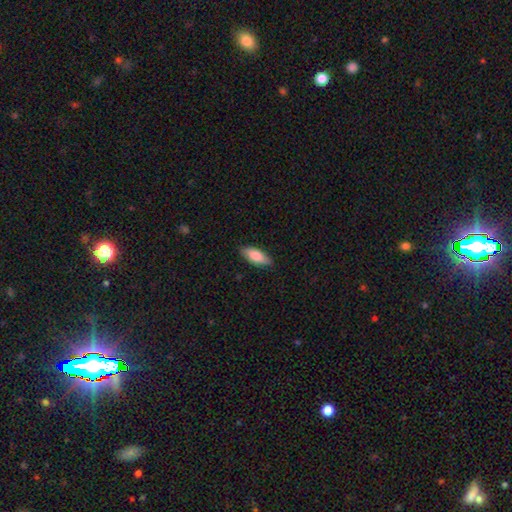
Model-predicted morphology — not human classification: The model was most divided on "how rounded": in between: 73%, cigar-shaped: 25%, round: 2%. More confident: merging — none (86%); smooth or featured — smooth (79%).